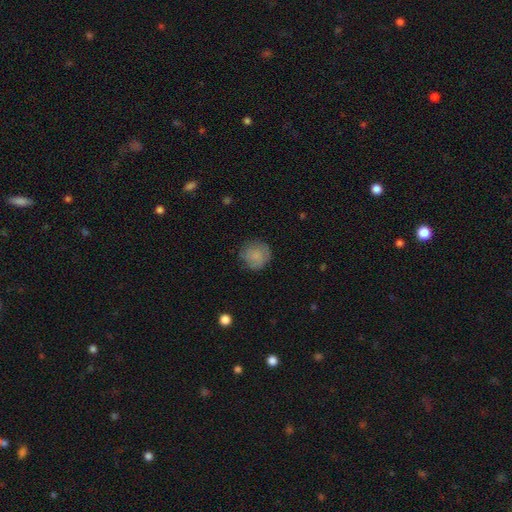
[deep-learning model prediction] Smooth or featured? smooth (79%)
How rounded? round (90%)
Merging? none (75%)